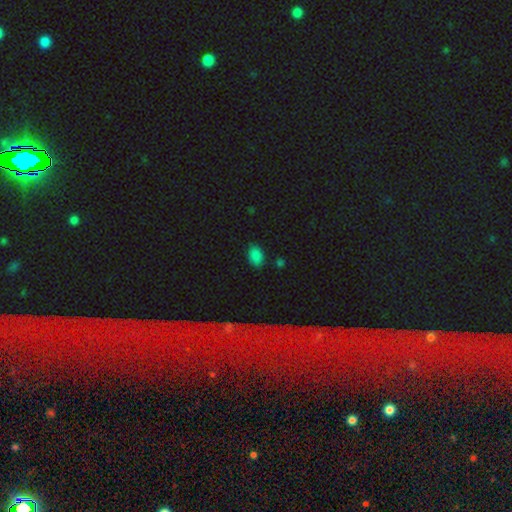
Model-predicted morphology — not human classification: Smooth or featured: smooth — 85% (star or artifact — 10%)
How rounded: in between — 86% (round — 13%)
Merging: none — 81% (minor disturbance — 14%)